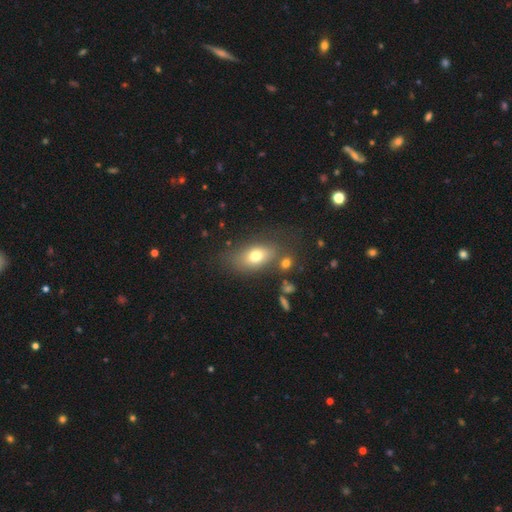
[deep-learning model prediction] smooth_or_featured: smooth (p=0.73) [alt: featured or disk p=0.17]
how_rounded: in between (p=0.84) [alt: round p=0.12]
merging: none (p=0.67) [alt: minor disturbance p=0.18]